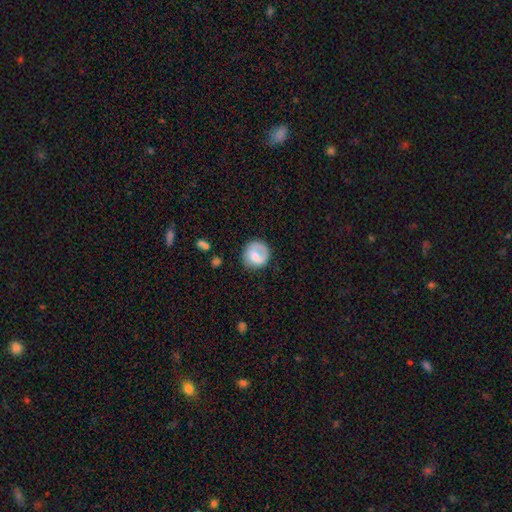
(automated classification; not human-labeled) Smooth or featured? smooth (70%)
How rounded? round (85%)
Merging? none (69%)